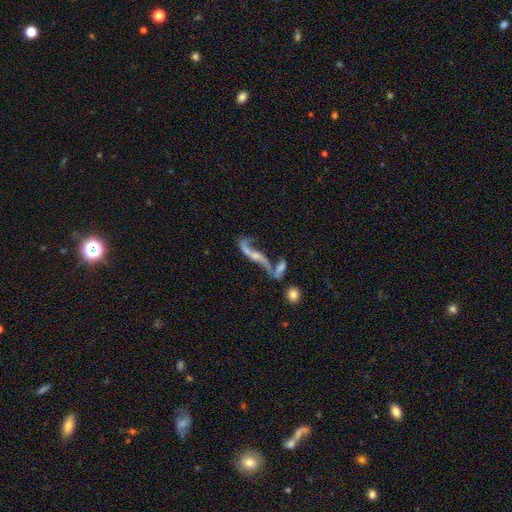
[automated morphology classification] Smooth or featured? Predicted: featured or disk (p=0.54). Edge-on disk? Predicted: yes (p=0.57). Merging? Predicted: none (p=0.43).